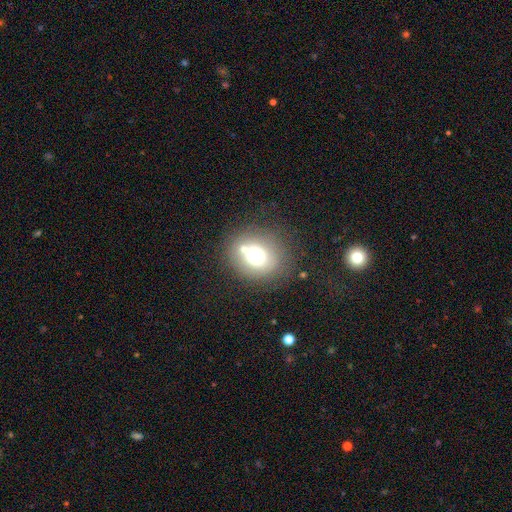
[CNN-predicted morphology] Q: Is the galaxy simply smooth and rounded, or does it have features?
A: smooth — 67%.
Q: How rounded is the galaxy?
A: round — 76%.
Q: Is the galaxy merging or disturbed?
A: none — 66%.